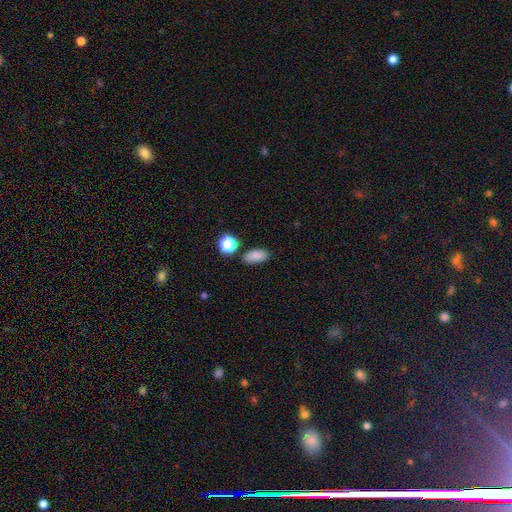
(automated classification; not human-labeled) Morphology: type=smooth (85%); roundness=in between (88%); merging=none (82%).